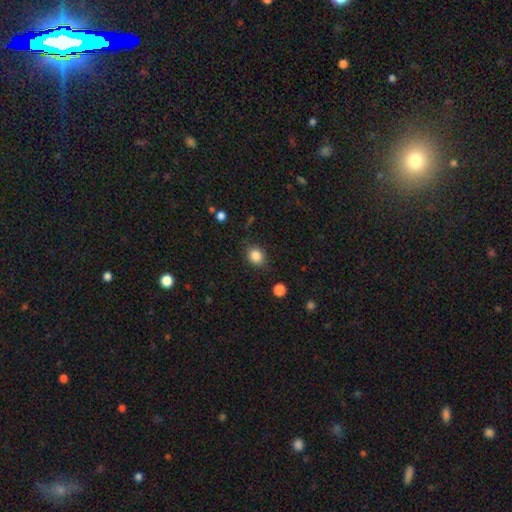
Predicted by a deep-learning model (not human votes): Q: Smooth or featured?
A: smooth (85%); runner-up: star or artifact (10%)
Q: How rounded?
A: round (59%); runner-up: in between (40%)
Q: Merging?
A: none (82%); runner-up: minor disturbance (12%)